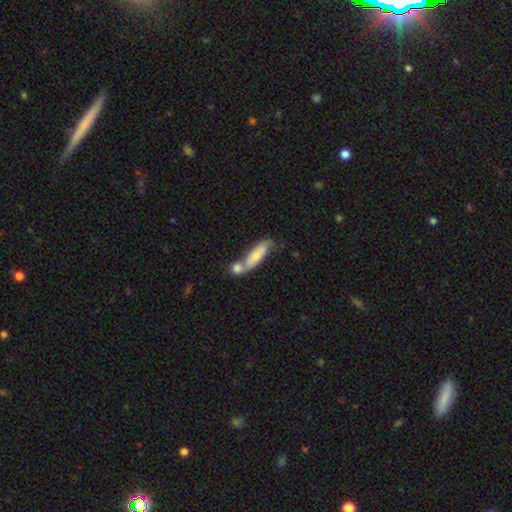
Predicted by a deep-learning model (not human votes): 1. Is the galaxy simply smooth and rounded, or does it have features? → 62% smooth, 32% featured or disk, 6% star or artifact.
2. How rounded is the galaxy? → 55% cigar-shaped, 43% in between, 3% round.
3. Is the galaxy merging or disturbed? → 53% merger, 30% none, 12% minor disturbance, 5% major disturbance.